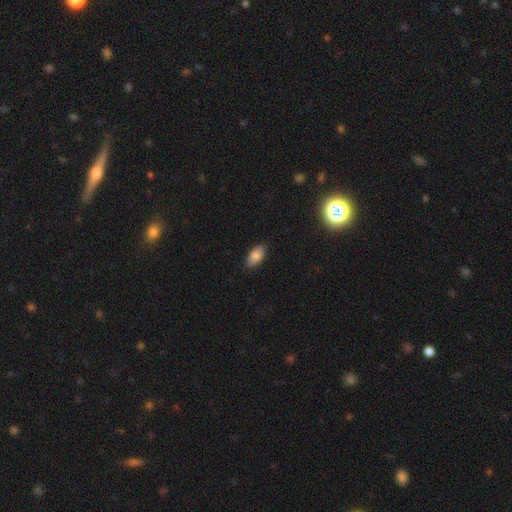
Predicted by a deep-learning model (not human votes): smooth-or-featured: smooth: 84% | featured or disk: 8% | star or artifact: 8%
  how-rounded: in between: 93% | cigar-shaped: 4% | round: 4%
  merging: none: 85% | minor disturbance: 12% | major disturbance: 2% | merger: 1%